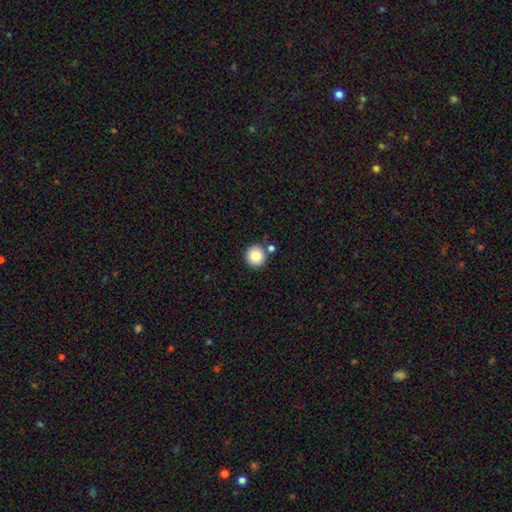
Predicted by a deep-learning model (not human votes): smooth 83%, star or artifact 10%, featured or disk 7%. Down the decision tree: how rounded — round (94%); merging — none (79%).